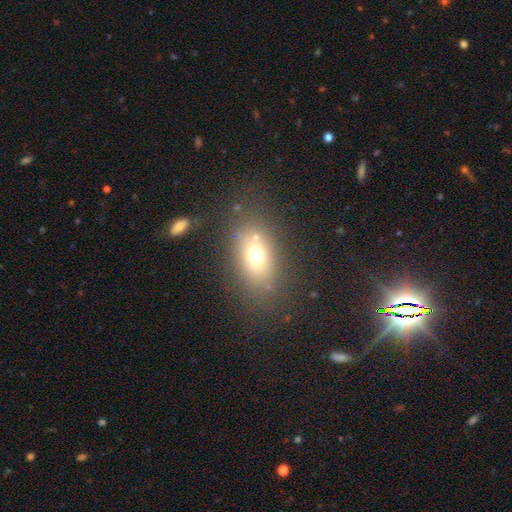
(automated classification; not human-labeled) A smooth galaxy with no disk features (68%) that is in between round and cigar-shaped (78%). Merging: none (73%).